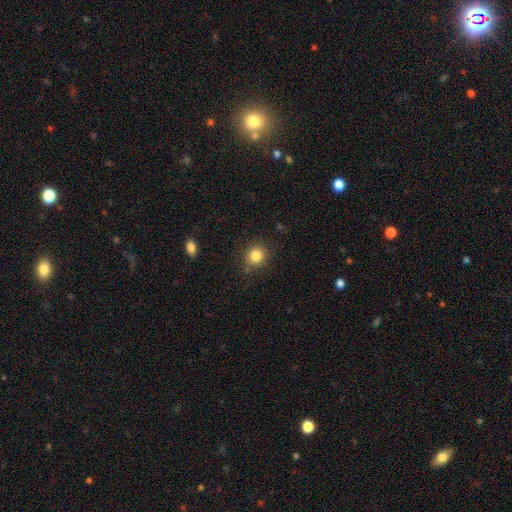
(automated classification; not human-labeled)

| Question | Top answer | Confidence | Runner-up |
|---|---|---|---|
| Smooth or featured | smooth | 84% | star or artifact (11%) |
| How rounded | round | 85% | in between (14%) |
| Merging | none | 82% | minor disturbance (13%) |